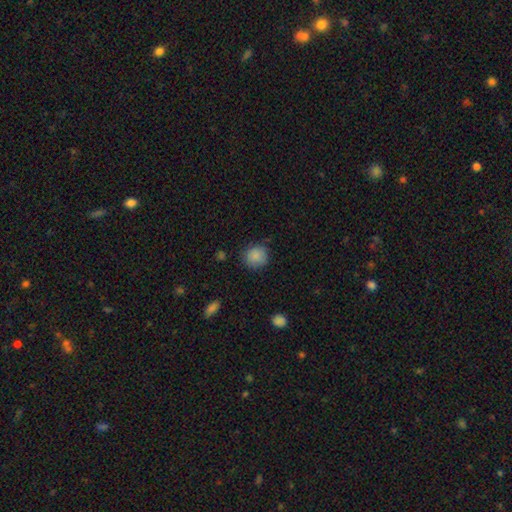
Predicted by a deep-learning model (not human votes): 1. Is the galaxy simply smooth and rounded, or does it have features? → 86% smooth, 9% star or artifact, 5% featured or disk.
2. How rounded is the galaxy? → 87% round, 12% in between, 1% cigar-shaped.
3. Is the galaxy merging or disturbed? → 78% none, 16% minor disturbance, 4% major disturbance, 2% merger.